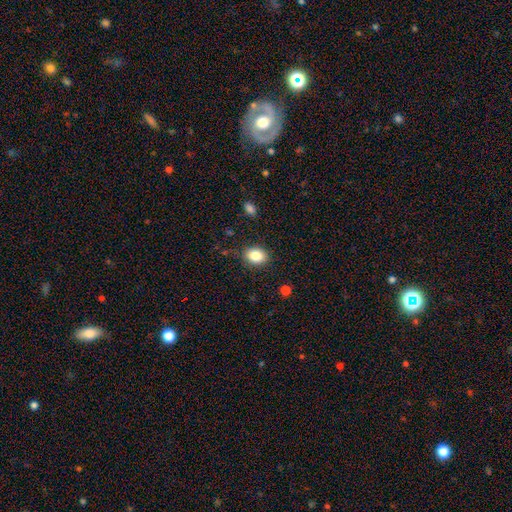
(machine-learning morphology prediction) Smooth or featured?
  - smooth: 85% *
  - star or artifact: 9%
  - featured or disk: 6%
How rounded?
  - in between: 65% *
  - round: 34%
  - cigar-shaped: 1%
Merging?
  - none: 85% *
  - minor disturbance: 11%
  - major disturbance: 3%
  - merger: 1%